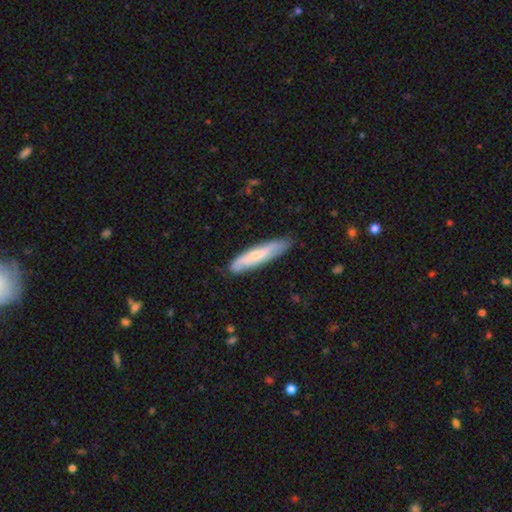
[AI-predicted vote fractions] Smooth or featured? smooth (54%)
How rounded? cigar-shaped (81%)
Merging? none (81%)